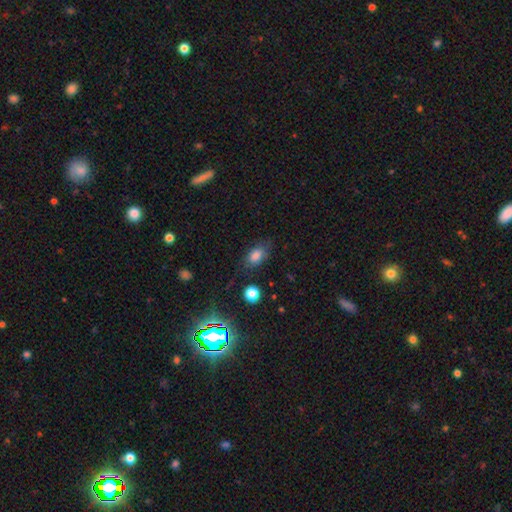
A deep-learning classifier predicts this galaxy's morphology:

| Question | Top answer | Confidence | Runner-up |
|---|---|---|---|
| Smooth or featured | smooth | 80% | star or artifact (11%) |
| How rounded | in between | 85% | round (12%) |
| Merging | none | 71% | minor disturbance (20%) |